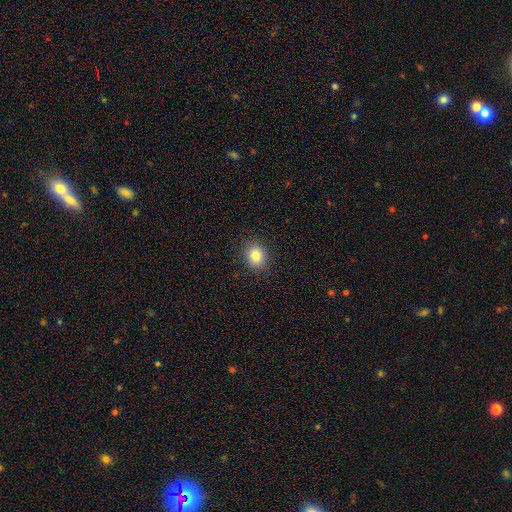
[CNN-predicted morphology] smooth-or-featured: smooth: 82% | star or artifact: 10% | featured or disk: 8%
  how-rounded: round: 64% | in between: 35% | cigar-shaped: 1%
  merging: none: 89% | minor disturbance: 8% | major disturbance: 2% | merger: 1%